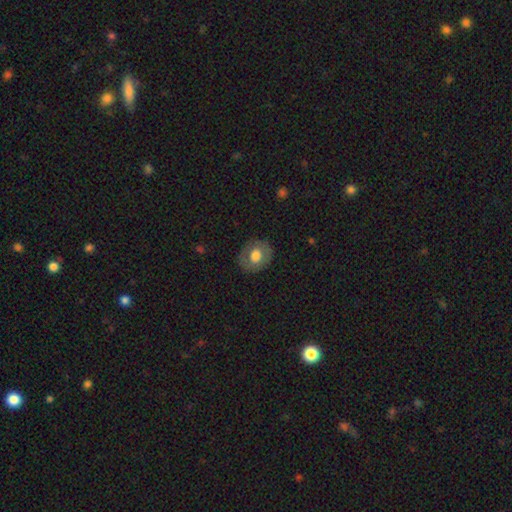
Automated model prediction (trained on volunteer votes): Morphology: type=smooth (62%); roundness=round (56%); merging=none (82%).